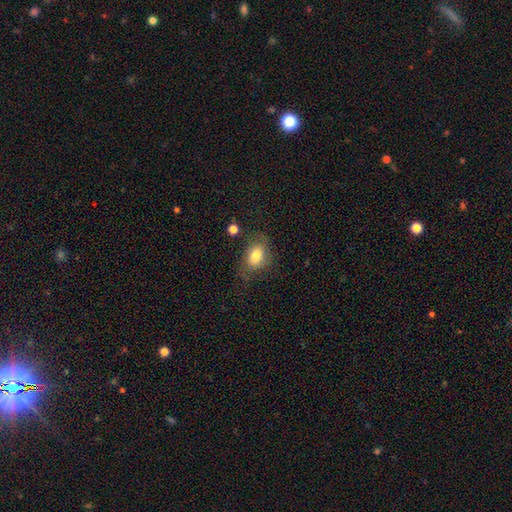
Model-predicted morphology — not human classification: smooth_or_featured: smooth (p=0.79) [alt: featured or disk p=0.13]
how_rounded: in between (p=0.76) [alt: round p=0.22]
merging: none (p=0.61) [alt: minor disturbance p=0.24]